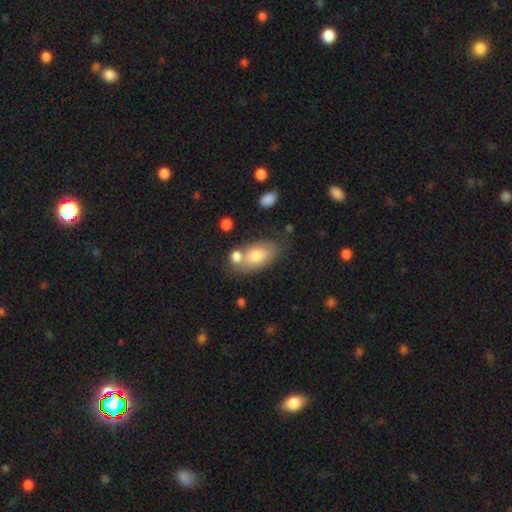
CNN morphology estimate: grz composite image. It shows a smooth galaxy with no disk features (75%) that is in between round and cigar-shaped (90%). Merging: none (62%).